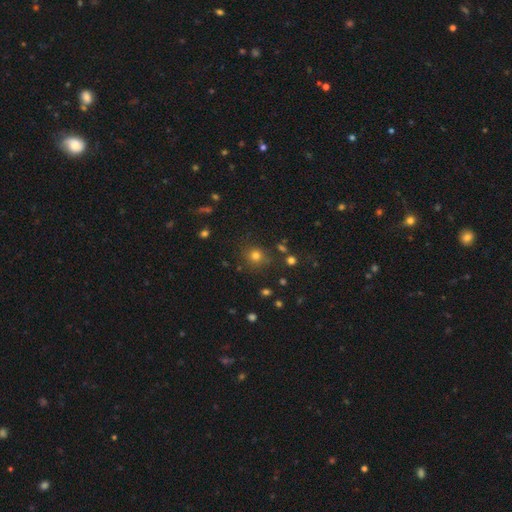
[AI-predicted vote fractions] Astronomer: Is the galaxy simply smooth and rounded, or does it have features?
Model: smooth — 75%.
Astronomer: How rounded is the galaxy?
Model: round — 90%.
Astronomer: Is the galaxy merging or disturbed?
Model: none — 83%.